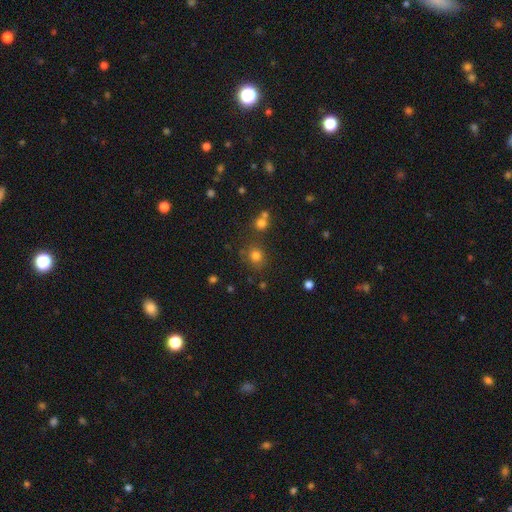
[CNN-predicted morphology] This appears to be a smooth galaxy with no disk features (77%) that is round (81%). Merging: none (75%).